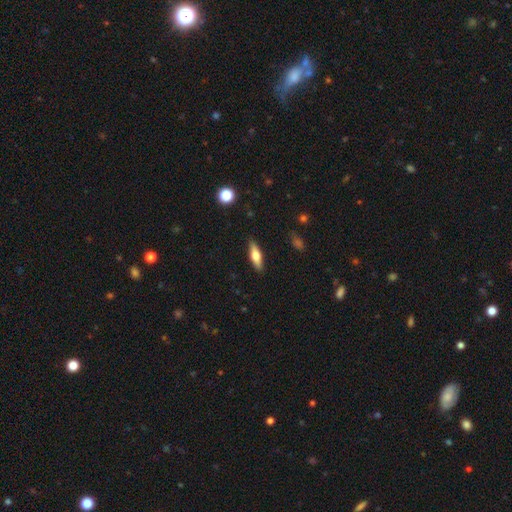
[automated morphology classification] Smooth or featured?
  - smooth: 55% *
  - featured or disk: 39%
  - star or artifact: 6%
How rounded?
  - cigar-shaped: 55% *
  - in between: 42%
  - round: 2%
Merging?
  - none: 88% *
  - minor disturbance: 9%
  - major disturbance: 2%
  - merger: 1%